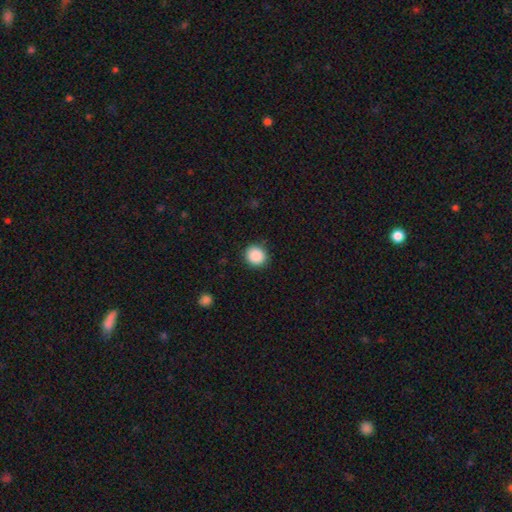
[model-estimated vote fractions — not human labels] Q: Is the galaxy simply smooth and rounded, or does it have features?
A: smooth — 89%.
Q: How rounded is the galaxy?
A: round — 89%.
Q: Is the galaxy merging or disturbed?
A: none — 89%.